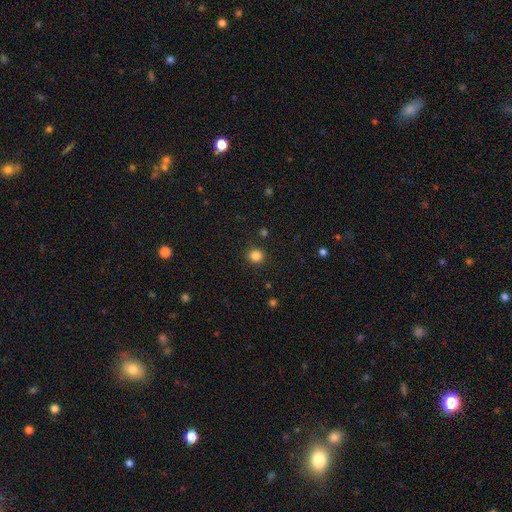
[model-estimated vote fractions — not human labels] The model was most divided on "smooth or featured": smooth: 84%, star or artifact: 12%, featured or disk: 4%. More confident: merging — none (90%); how rounded — round (89%).